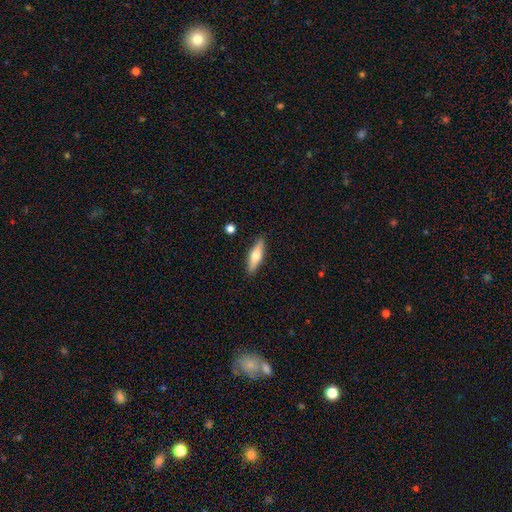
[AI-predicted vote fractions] Q: Smooth or featured?
A: smooth (49%); runner-up: featured or disk (45%)
Q: Merging?
A: none (88%); runner-up: minor disturbance (8%)